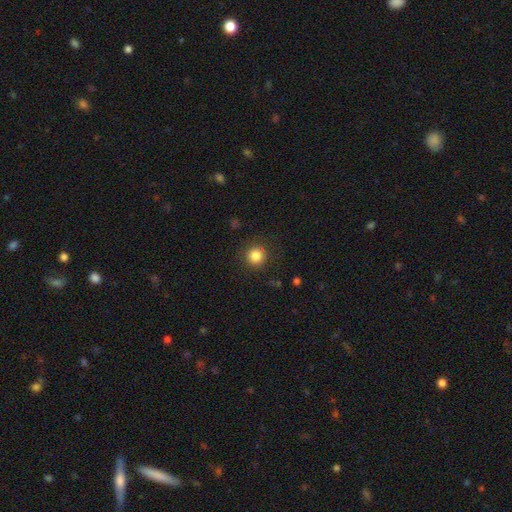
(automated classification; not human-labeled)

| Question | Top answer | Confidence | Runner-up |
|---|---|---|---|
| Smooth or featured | smooth | 84% | star or artifact (11%) |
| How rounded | round | 94% | in between (5%) |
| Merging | none | 88% | minor disturbance (8%) |